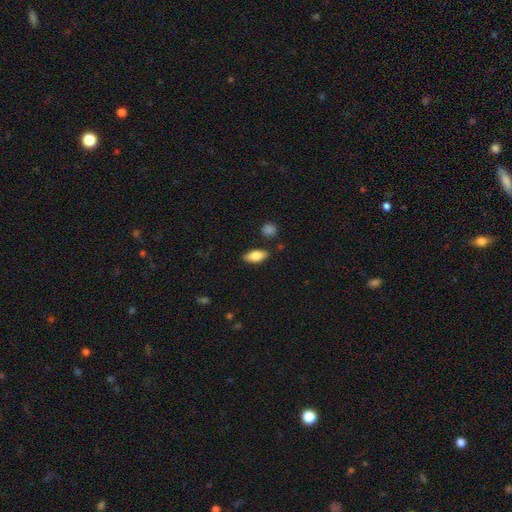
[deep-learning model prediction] This is likely a smooth galaxy (80%). How rounded: clearly in between (85%). Merging: clearly none (83%).